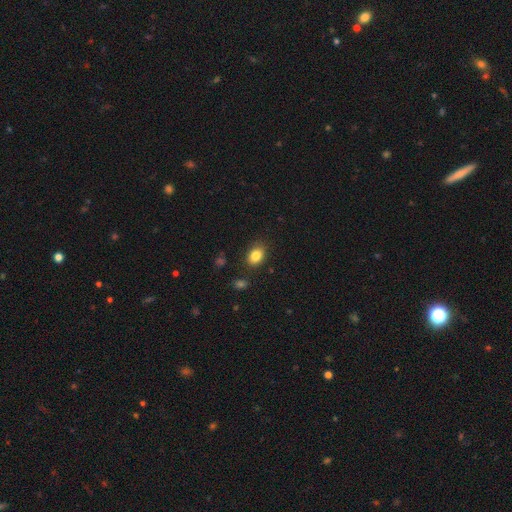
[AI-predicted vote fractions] Q: Smooth or featured?
A: smooth (84%); runner-up: star or artifact (9%)
Q: How rounded?
A: in between (76%); runner-up: round (23%)
Q: Merging?
A: none (84%); runner-up: minor disturbance (11%)